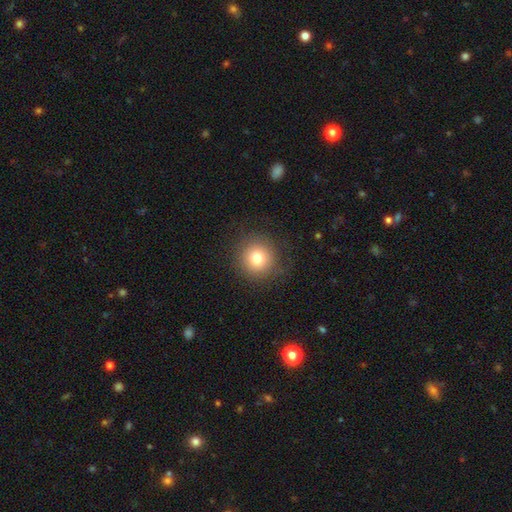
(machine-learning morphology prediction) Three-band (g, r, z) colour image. It shows a smooth galaxy with no disk features (79%) that is round (94%). Merging: none (86%).